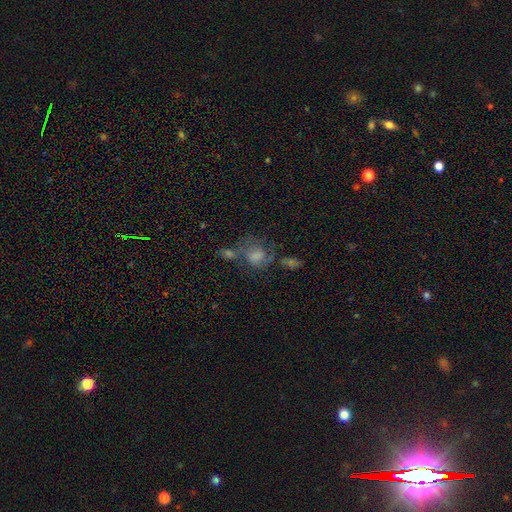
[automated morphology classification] smooth-or-featured: featured or disk: 40% | smooth: 35% | star or artifact: 26%
  merging: none: 46% | merger: 21% | minor disturbance: 17% | major disturbance: 16%